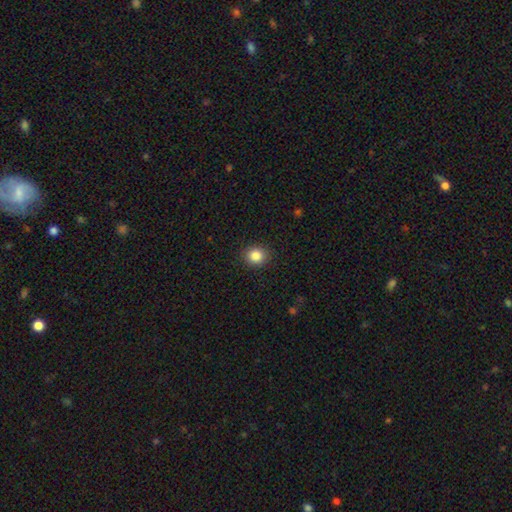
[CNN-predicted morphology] Q: Smooth or featured?
A: smooth (85%); runner-up: star or artifact (10%)
Q: How rounded?
A: round (76%); runner-up: in between (23%)
Q: Merging?
A: none (90%); runner-up: minor disturbance (7%)